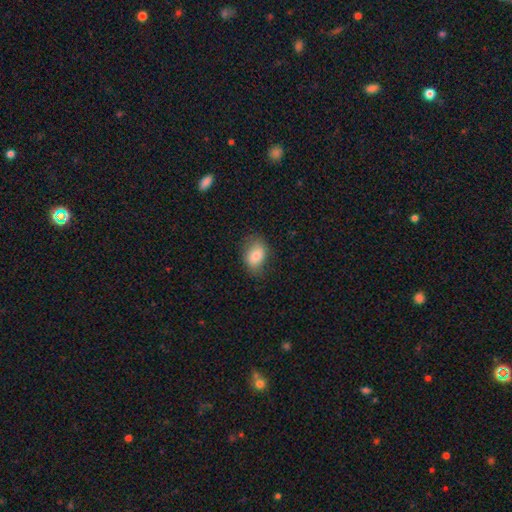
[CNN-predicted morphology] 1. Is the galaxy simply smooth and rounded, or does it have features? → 78% smooth, 13% featured or disk, 8% star or artifact.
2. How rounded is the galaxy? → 76% in between, 23% round, 1% cigar-shaped.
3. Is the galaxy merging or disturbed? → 70% none, 22% minor disturbance, 7% major disturbance, 1% merger.